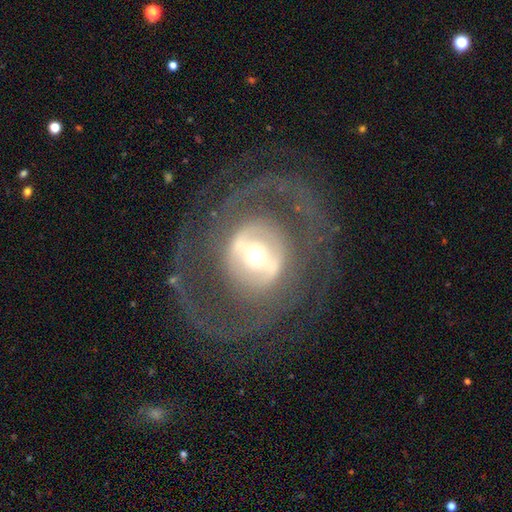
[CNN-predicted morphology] A featured or disk galaxy (77%) with no bar (36%), spiral arms (60%) and a moderate central bulge (52%).

Vote fractions:
- Smooth or featured? featured or disk: 77% / smooth: 16% / star or artifact: 7%
- Edge-on disk? no: 94% / yes: 6%
- Bar? no: 36% / strong: 35% / weak: 30%
- Spiral arms? yes: 60% / no: 40%
- Bulge size? moderate: 52% / small: 28% / large: 15% / dominant: 3% / none: 1%
- Merging? none: 68% / major disturbance: 19% / minor disturbance: 12% / merger: 2%